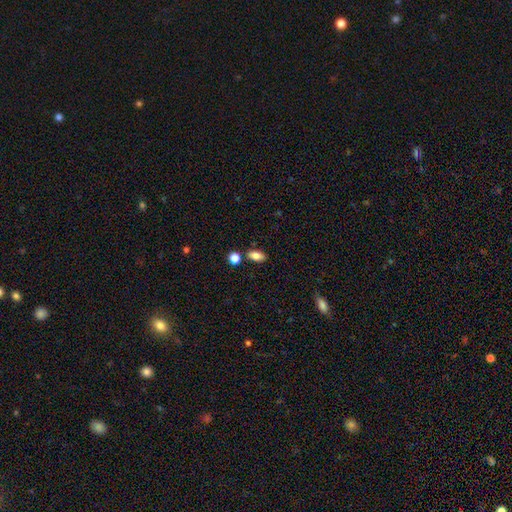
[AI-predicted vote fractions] Smooth or featured: smooth — 83% (star or artifact — 9%)
How rounded: in between — 89% (round — 6%)
Merging: none — 79% (minor disturbance — 10%)